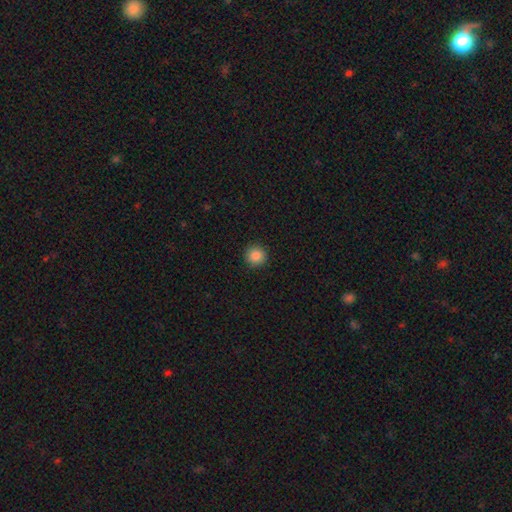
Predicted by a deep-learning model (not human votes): This appears to be a smooth galaxy with no disk features (87%) that is round (95%). Merging: none (92%).